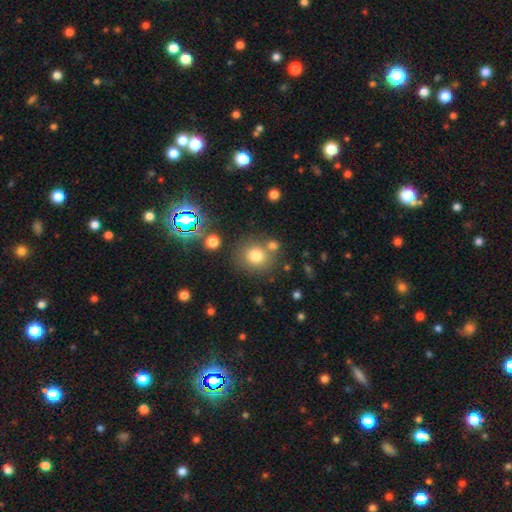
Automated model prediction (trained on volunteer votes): Q: Smooth or featured?
A: smooth (76%); runner-up: star or artifact (15%)
Q: How rounded?
A: round (87%); runner-up: in between (12%)
Q: Merging?
A: none (73%); runner-up: merger (13%)